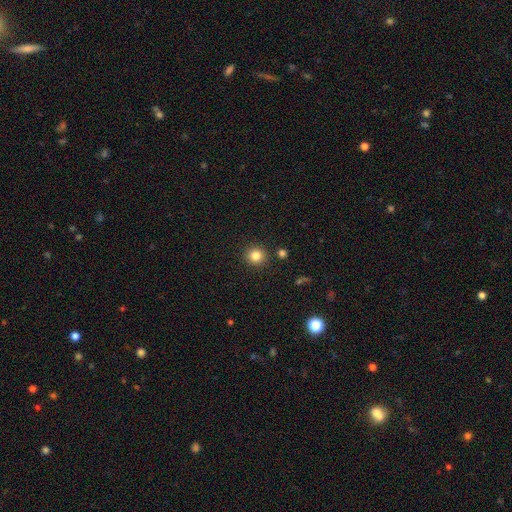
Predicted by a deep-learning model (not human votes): A smooth galaxy with no disk features (84%) that is round (90%).

Vote fractions:
- Smooth or featured? smooth: 84% / star or artifact: 12% / featured or disk: 5%
- How rounded? round: 90% / in between: 9% / cigar-shaped: 1%
- Merging? none: 88% / minor disturbance: 6% / merger: 3% / major disturbance: 2%